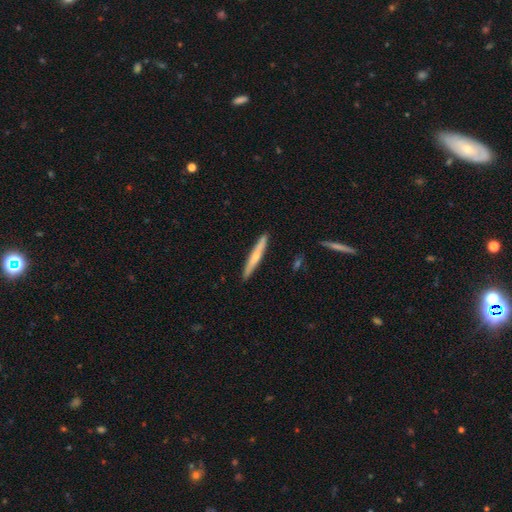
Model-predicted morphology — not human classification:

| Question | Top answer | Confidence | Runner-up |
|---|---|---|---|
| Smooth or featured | featured or disk | 48% | smooth (46%) |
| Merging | none | 91% | minor disturbance (6%) |